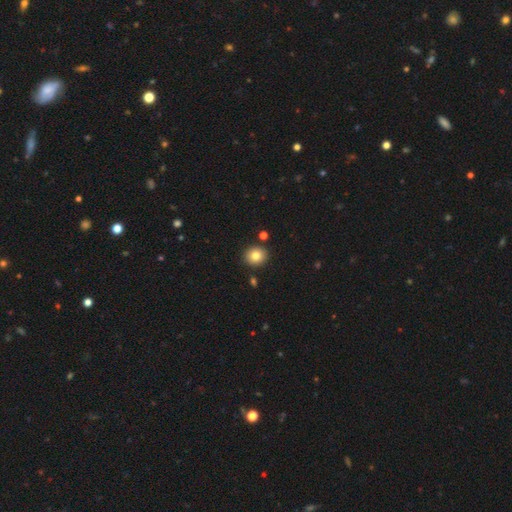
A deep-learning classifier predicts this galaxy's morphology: Smooth or featured? Predicted: smooth (p=0.82). How rounded? Predicted: round (p=0.77). Merging? Predicted: none (p=0.88).